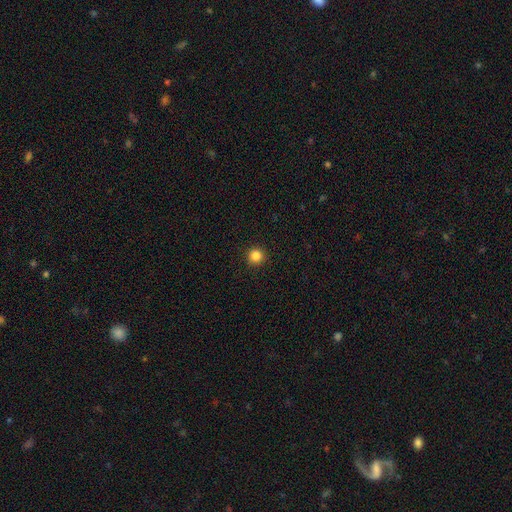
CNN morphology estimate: A smooth galaxy with no disk features (85%) that is round (95%). Merging: none (93%).